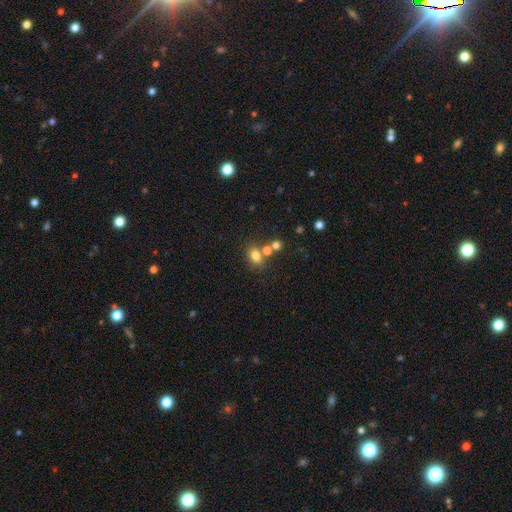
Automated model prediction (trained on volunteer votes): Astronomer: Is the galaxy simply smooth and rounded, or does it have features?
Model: smooth — 77%.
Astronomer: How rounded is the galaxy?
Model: in between — 64%.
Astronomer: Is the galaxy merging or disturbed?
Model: none — 57%.